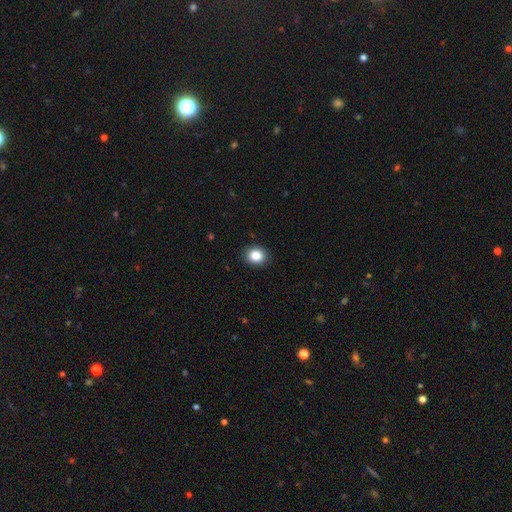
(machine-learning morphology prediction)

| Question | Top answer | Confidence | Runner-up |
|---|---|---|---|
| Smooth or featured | smooth | 86% | star or artifact (10%) |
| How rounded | round | 66% | in between (33%) |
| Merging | none | 90% | minor disturbance (7%) |